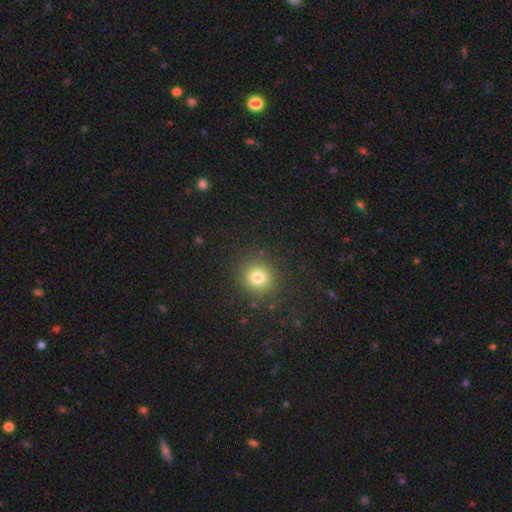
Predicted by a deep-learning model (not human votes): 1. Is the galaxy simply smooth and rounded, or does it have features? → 65% smooth, 29% star or artifact, 5% featured or disk.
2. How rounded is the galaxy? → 92% round, 7% in between, 1% cigar-shaped.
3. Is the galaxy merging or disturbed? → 91% none, 5% minor disturbance, 2% major disturbance, 1% merger.